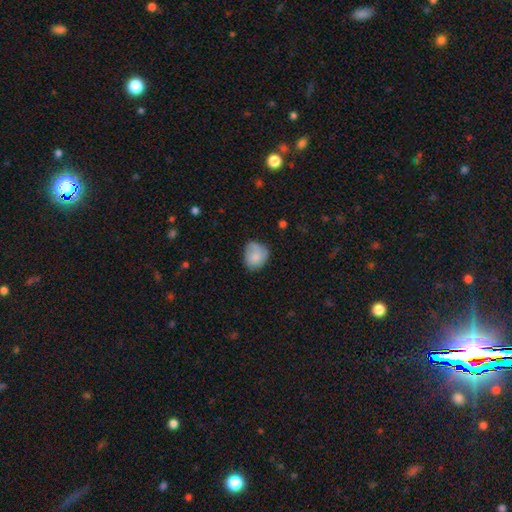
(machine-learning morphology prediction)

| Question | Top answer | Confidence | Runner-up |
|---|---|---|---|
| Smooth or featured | smooth | 78% | featured or disk (15%) |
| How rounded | round | 60% | in between (39%) |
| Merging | none | 58% | minor disturbance (32%) |